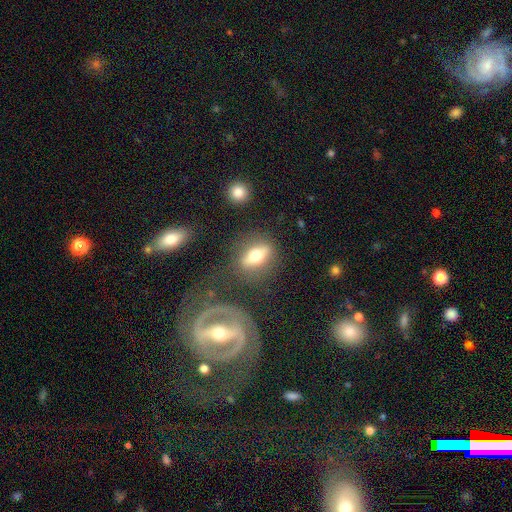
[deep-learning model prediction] smooth-or-featured: featured or disk: 49% | smooth: 43% | star or artifact: 8%
  merging: none: 75% | minor disturbance: 13% | major disturbance: 7% | merger: 4%